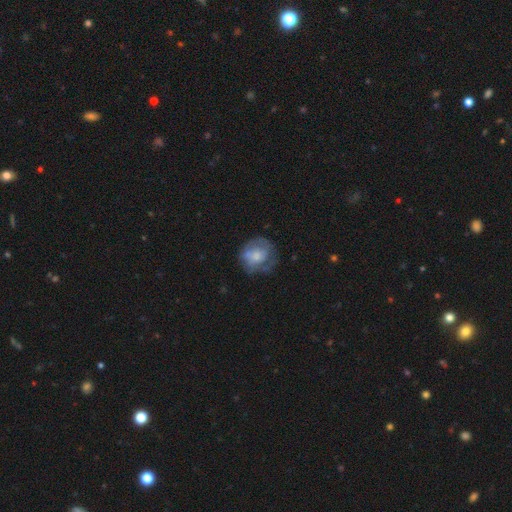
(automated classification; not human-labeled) Overall: smooth (49%; featured or disk 43%). Merging: none (59%; minor disturbance 23%).